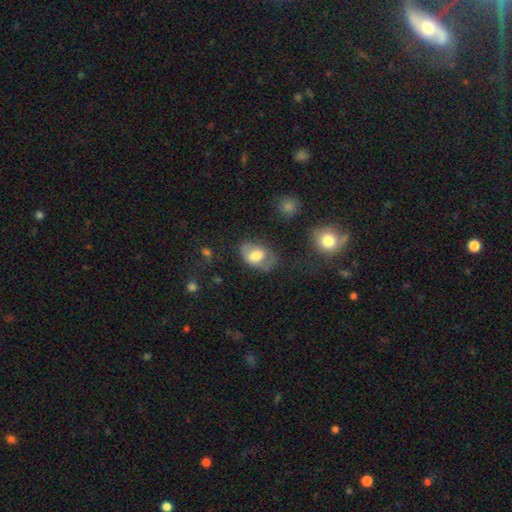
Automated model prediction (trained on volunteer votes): This is likely a smooth galaxy (63%). How rounded: clearly in between (84%). Merging: possibly none (56%).